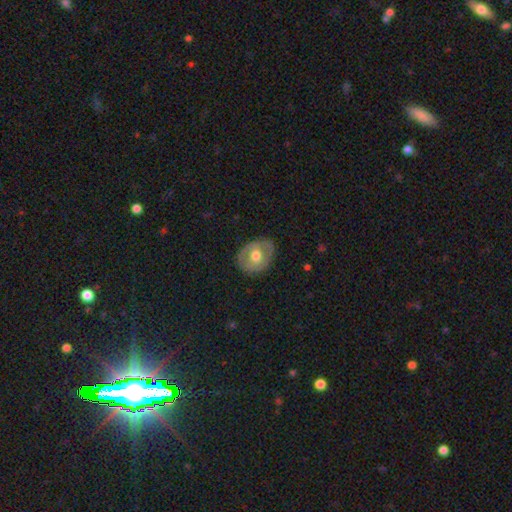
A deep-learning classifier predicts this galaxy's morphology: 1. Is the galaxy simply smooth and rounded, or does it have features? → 48% smooth, 45% featured or disk, 6% star or artifact.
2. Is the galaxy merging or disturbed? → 78% none, 17% minor disturbance, 4% major disturbance, 1% merger.